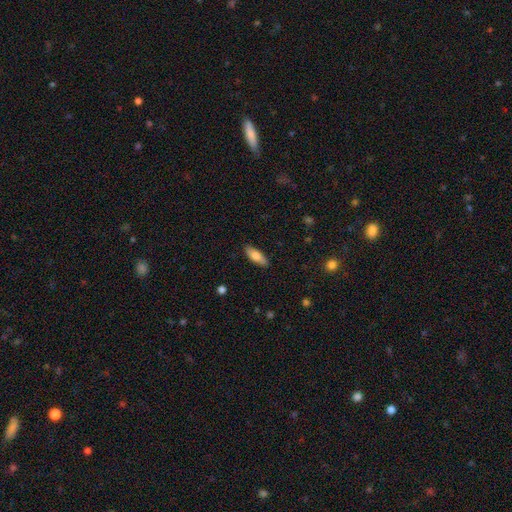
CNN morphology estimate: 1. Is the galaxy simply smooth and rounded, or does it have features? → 78% smooth, 16% featured or disk, 6% star or artifact.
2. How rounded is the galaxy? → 64% in between, 33% cigar-shaped, 2% round.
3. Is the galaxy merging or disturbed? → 87% none, 10% minor disturbance, 2% major disturbance, 1% merger.